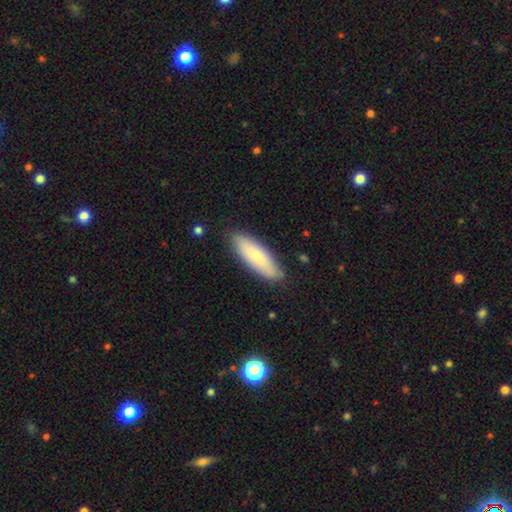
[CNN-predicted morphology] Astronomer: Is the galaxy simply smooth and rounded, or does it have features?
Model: smooth — 73%.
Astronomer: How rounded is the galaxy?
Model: in between — 52% (runner-up: cigar-shaped, 46%).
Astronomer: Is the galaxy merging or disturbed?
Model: none — 86%.